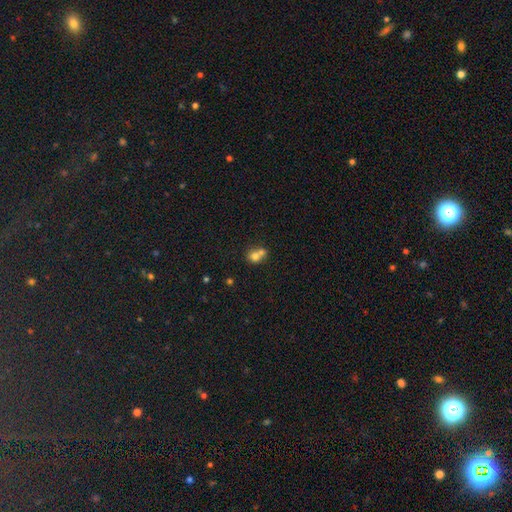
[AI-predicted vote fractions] Smooth or featured?
  - smooth: 72% *
  - featured or disk: 16%
  - star or artifact: 12%
How rounded?
  - round: 74% *
  - in between: 25%
  - cigar-shaped: 1%
Merging?
  - merger: 62% *
  - none: 28%
  - minor disturbance: 6%
  - major disturbance: 3%